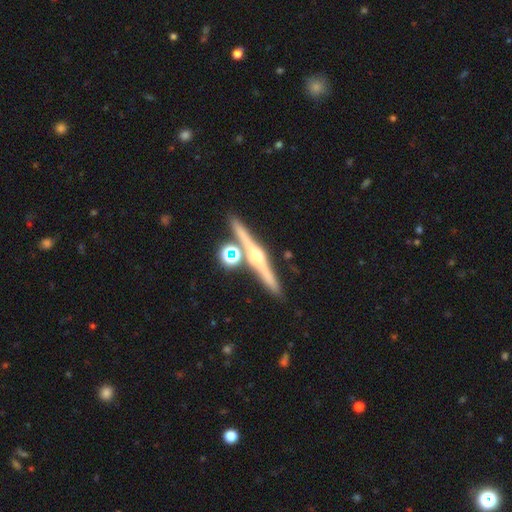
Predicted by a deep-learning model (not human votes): This appears to be a featured or disk galaxy (76%) viewed edge-on (96%) with a rounded central bulge (94%). Merging: none (82%).